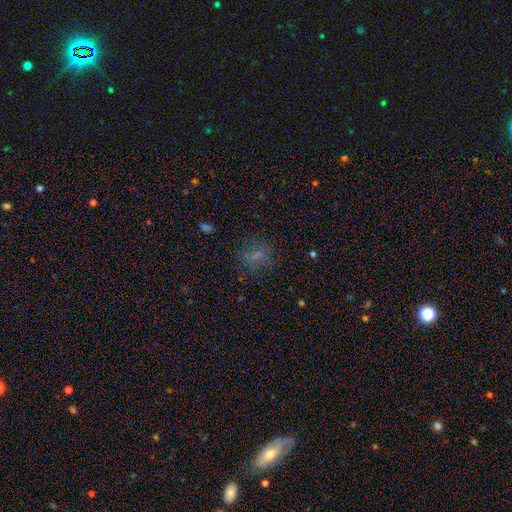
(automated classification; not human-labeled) Smooth or featured? Predicted: smooth (p=0.58). How rounded? Predicted: round (p=0.57). Merging? Predicted: none (p=0.74).